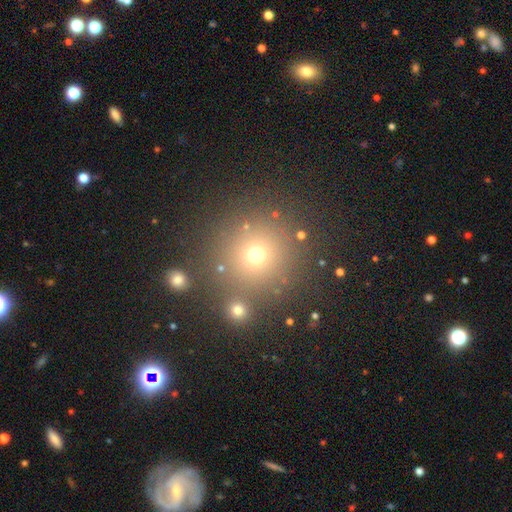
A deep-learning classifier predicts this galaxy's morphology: smooth-or-featured: smooth: 65% | star or artifact: 26% | featured or disk: 9%
  how-rounded: round: 93% | in between: 6% | cigar-shaped: 1%
  merging: none: 81% | minor disturbance: 8% | merger: 8% | major disturbance: 4%